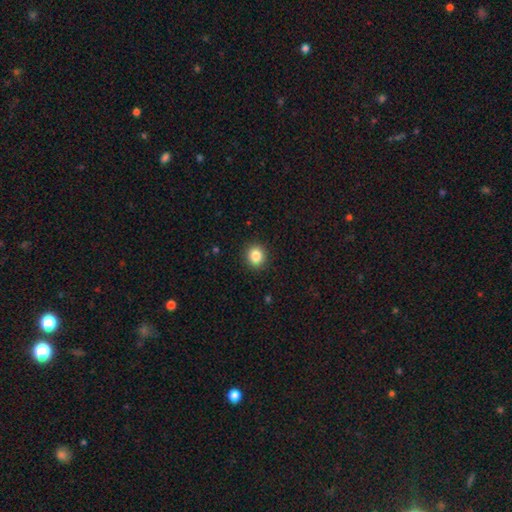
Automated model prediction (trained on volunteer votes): A smooth galaxy with no disk features (86%) that is round (79%). Merging: none (91%).